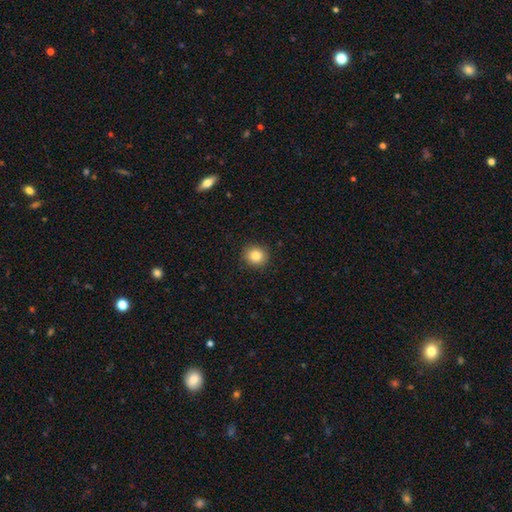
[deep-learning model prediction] smooth 84%, star or artifact 10%, featured or disk 6%. Down the decision tree: how rounded — round (86%); merging — none (91%).